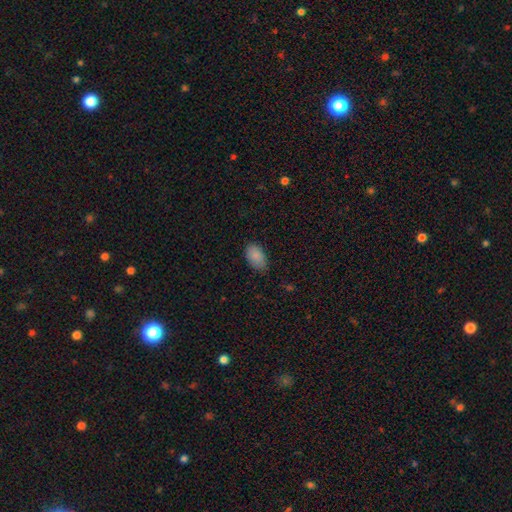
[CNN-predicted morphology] Smooth or featured: smooth — 87% (star or artifact — 7%)
How rounded: in between — 92% (round — 6%)
Merging: none — 76% (minor disturbance — 19%)